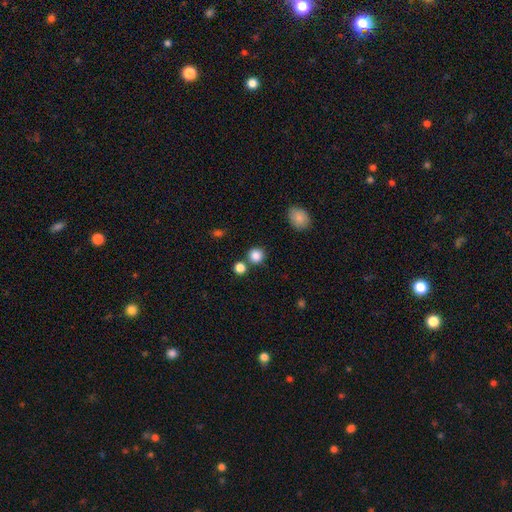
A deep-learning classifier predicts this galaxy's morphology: Overall: smooth (84%). How rounded: round (91%). Merging: none (77%).